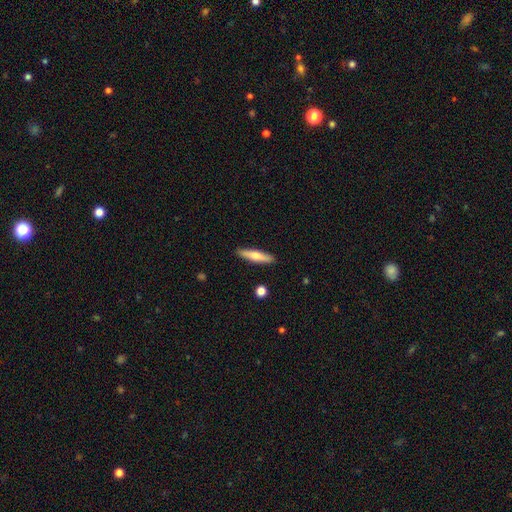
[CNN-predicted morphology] A smooth galaxy with no disk features (63%) that is cigar-shaped (82%).

Vote fractions:
- Smooth or featured? smooth: 63% / featured or disk: 32% / star or artifact: 6%
- How rounded? cigar-shaped: 82% / in between: 17% / round: 2%
- Merging? none: 89% / minor disturbance: 8% / major disturbance: 2% / merger: 1%